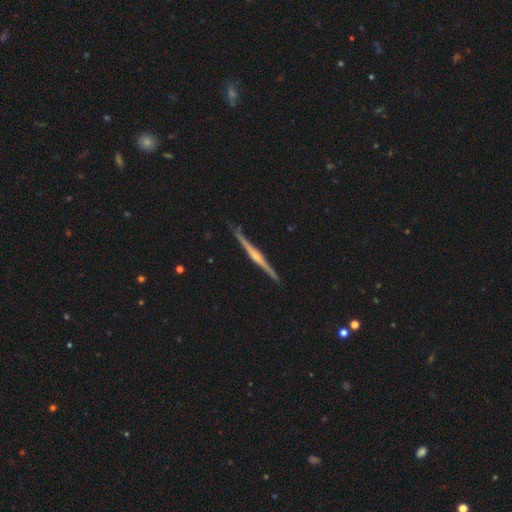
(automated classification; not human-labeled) Smooth or featured? Predicted: featured or disk (p=0.84). Edge-on disk? Predicted: yes (p=0.98). Edge-on bulge? Predicted: rounded (p=0.76). Merging? Predicted: none (p=0.87).